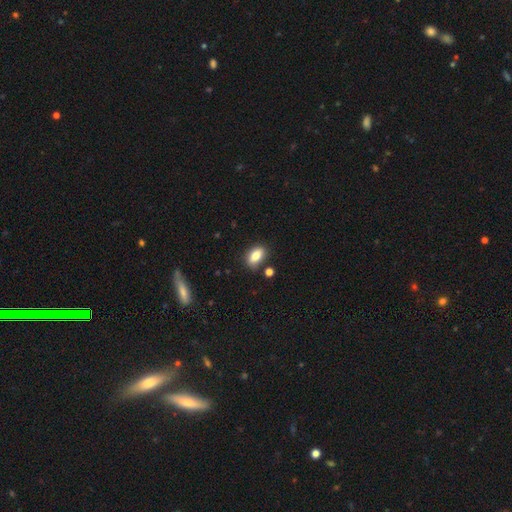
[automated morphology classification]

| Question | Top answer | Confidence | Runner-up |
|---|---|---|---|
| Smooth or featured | smooth | 83% | featured or disk (8%) |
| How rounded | in between | 87% | round (9%) |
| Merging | none | 80% | minor disturbance (12%) |